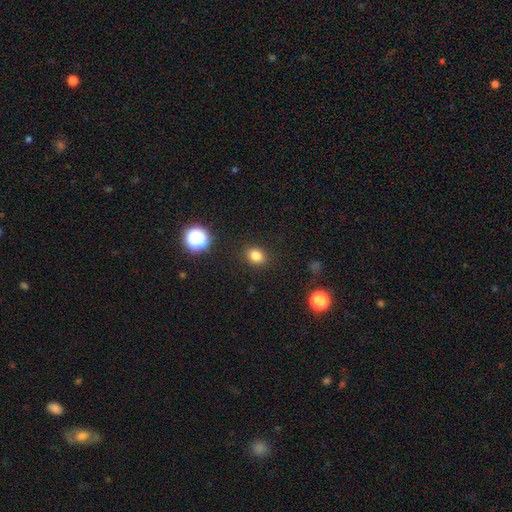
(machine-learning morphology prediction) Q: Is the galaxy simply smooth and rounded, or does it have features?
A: smooth — 81%.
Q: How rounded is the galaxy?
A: round — 58%.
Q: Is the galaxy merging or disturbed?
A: none — 89%.